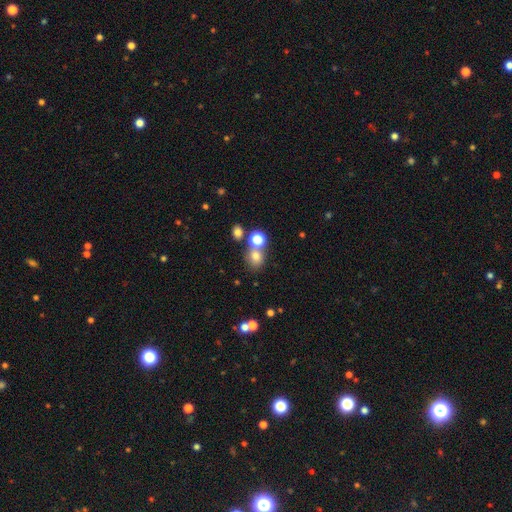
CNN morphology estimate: This is likely a smooth galaxy (72%). How rounded: likely round (68%). Merging: possibly none (58%).